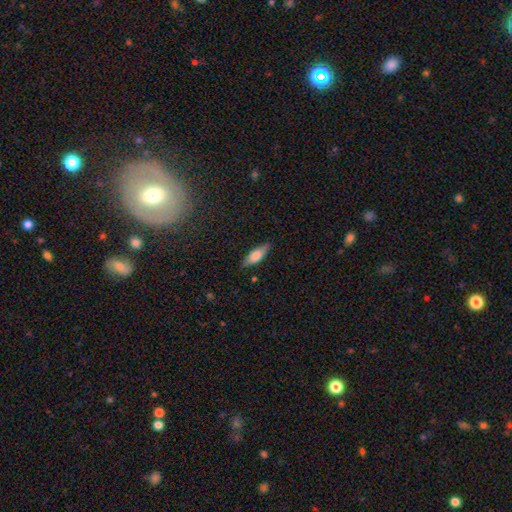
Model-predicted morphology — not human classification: The model was most divided on "how rounded": in between: 60%, cigar-shaped: 38%, round: 2%. More confident: merging — none (83%); smooth or featured — smooth (71%).